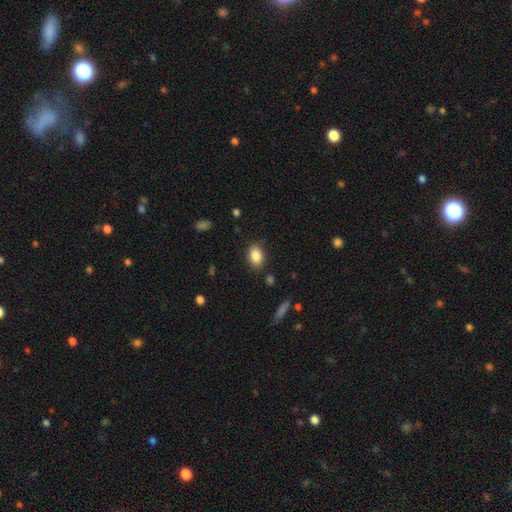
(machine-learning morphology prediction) This is clearly a smooth galaxy (86%). How rounded: clearly in between (83%). Merging: clearly none (86%).